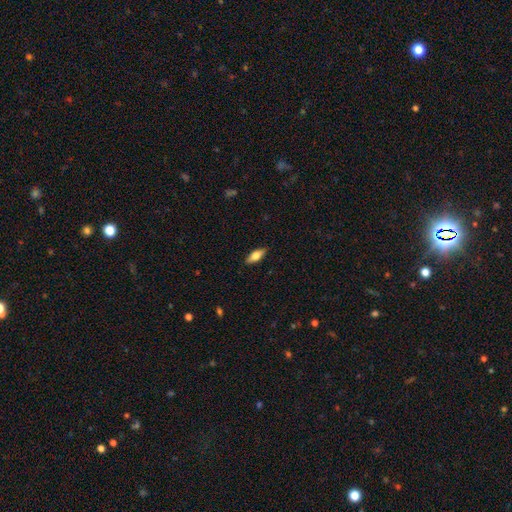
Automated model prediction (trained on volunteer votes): smooth-or-featured: smooth: 70% | featured or disk: 24% | star or artifact: 6%
  how-rounded: in between: 73% | cigar-shaped: 24% | round: 2%
  merging: none: 89% | minor disturbance: 9% | major disturbance: 2% | merger: 1%